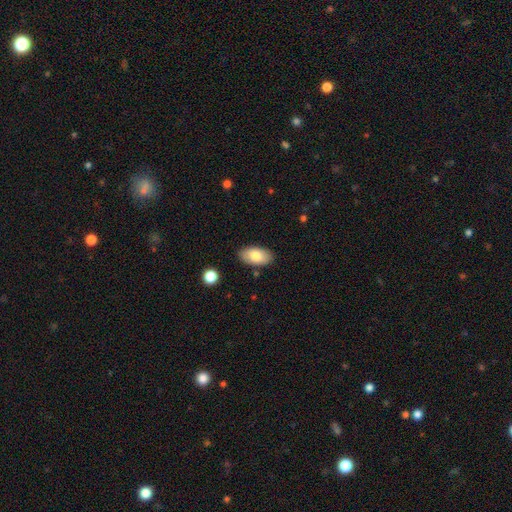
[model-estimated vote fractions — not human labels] smooth_or_featured: smooth (p=0.80) [alt: featured or disk p=0.13]
how_rounded: in between (p=0.95) [alt: round p=0.03]
merging: none (p=0.85) [alt: minor disturbance p=0.11]